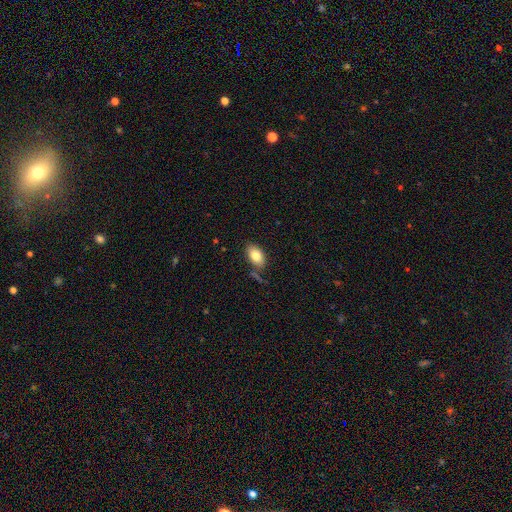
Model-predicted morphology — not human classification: A smooth galaxy with no disk features (80%) that is in between round and cigar-shaped (92%). Merging: none (74%).